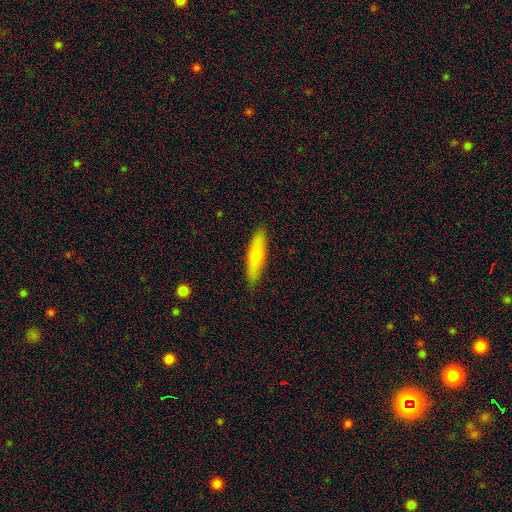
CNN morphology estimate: A smooth galaxy with no disk features (67%) that is cigar-shaped (74%). Merging: none (88%).